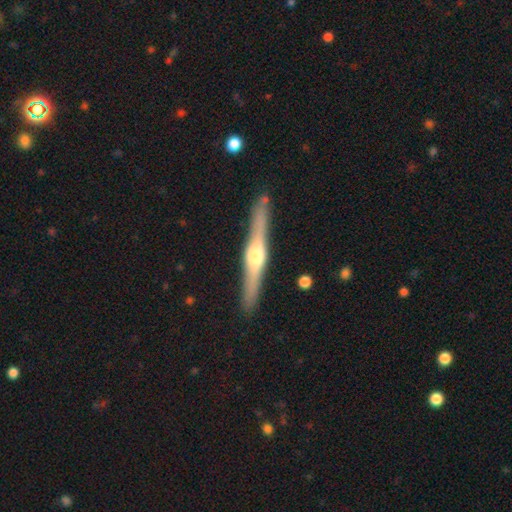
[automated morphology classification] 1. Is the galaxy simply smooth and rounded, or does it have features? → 76% featured or disk, 19% smooth, 5% star or artifact.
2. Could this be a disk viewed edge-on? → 98% yes, 2% no.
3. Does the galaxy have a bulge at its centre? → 91% rounded, 6% boxy, 3% none.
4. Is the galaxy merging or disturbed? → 89% none, 7% minor disturbance, 2% merger, 2% major disturbance.